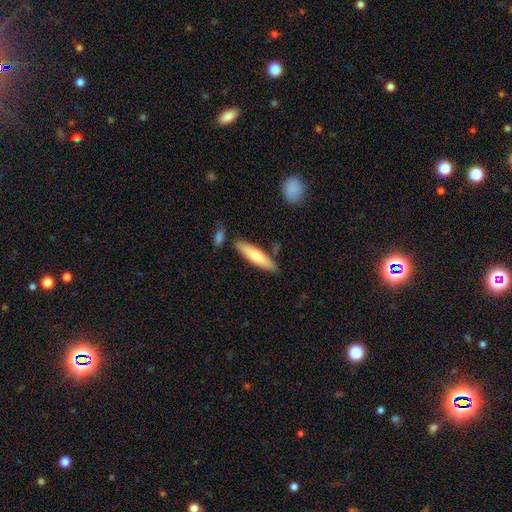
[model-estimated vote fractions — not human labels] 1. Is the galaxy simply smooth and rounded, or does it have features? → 69% smooth, 26% featured or disk, 5% star or artifact.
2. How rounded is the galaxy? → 73% cigar-shaped, 25% in between, 1% round.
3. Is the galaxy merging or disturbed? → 81% none, 12% minor disturbance, 5% merger, 2% major disturbance.